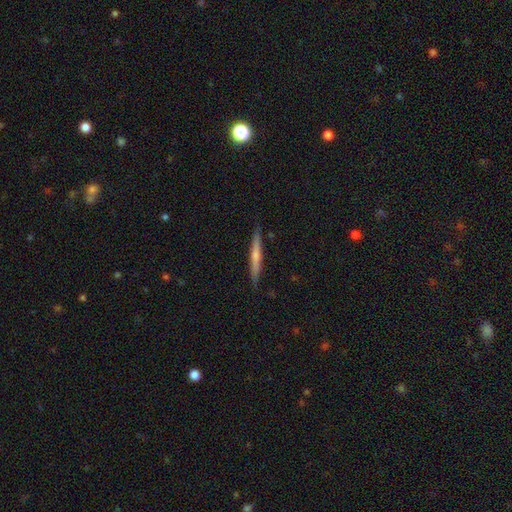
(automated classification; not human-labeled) This is possibly a smooth galaxy (47%, tied with featured or disk). Merging: clearly none (89%).